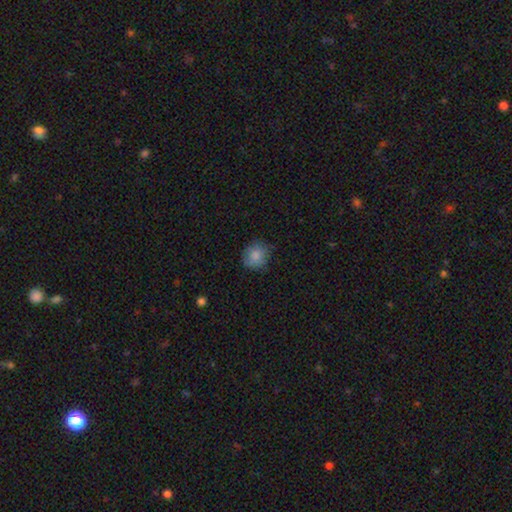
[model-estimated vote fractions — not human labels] smooth-or-featured: smooth: 83% | star or artifact: 9% | featured or disk: 8%
  how-rounded: round: 80% | in between: 19% | cigar-shaped: 1%
  merging: none: 77% | minor disturbance: 17% | major disturbance: 4% | merger: 1%